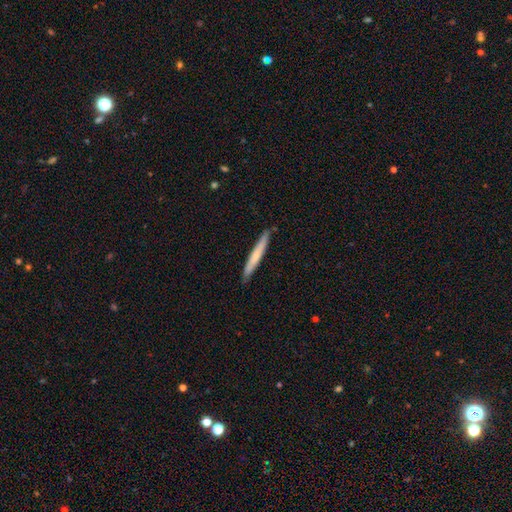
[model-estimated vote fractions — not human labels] This is likely a smooth galaxy (62%). How rounded: clearly cigar-shaped (96%). Merging: clearly none (89%).